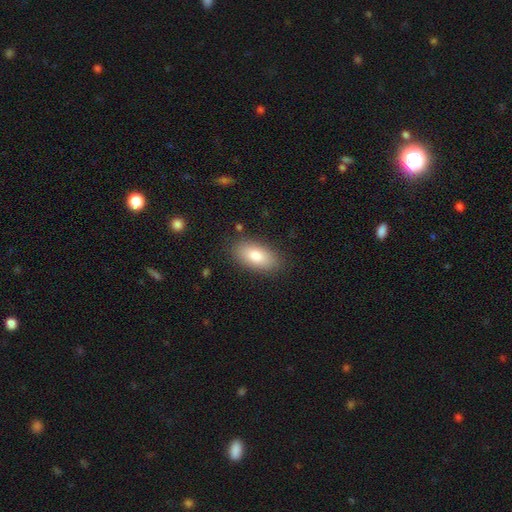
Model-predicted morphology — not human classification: type=smooth (82%); roundness=in between (91%); merging=none (86%).